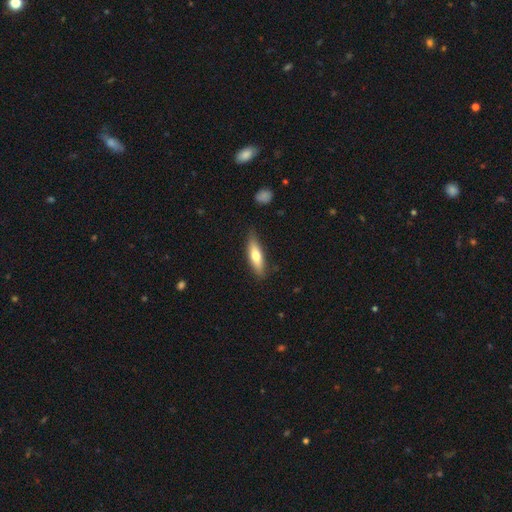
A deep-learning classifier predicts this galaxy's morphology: The model was most divided on "how rounded": cigar-shaped: 61%, in between: 37%, round: 2%. More confident: merging — none (82%); smooth or featured — smooth (62%).